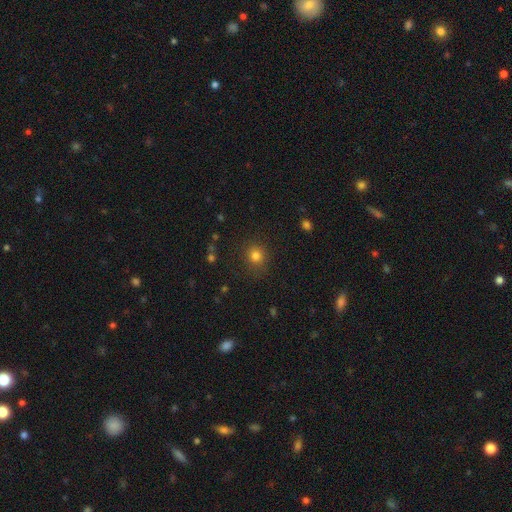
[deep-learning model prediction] smooth_or_featured: smooth (p=0.80) [alt: star or artifact p=0.14]
how_rounded: round (p=0.85) [alt: in between p=0.15]
merging: none (p=0.86) [alt: minor disturbance p=0.09]